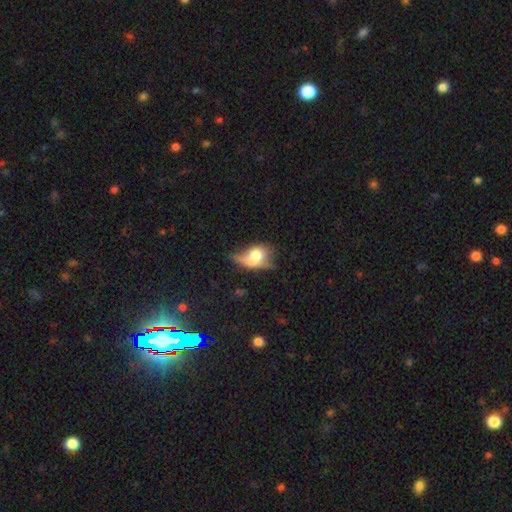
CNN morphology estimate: smooth-or-featured: smooth: 56% | featured or disk: 33% | star or artifact: 11%
  how-rounded: in between: 68% | round: 26% | cigar-shaped: 5%
  merging: major disturbance: 28% | none: 26% | minor disturbance: 25% | merger: 20%